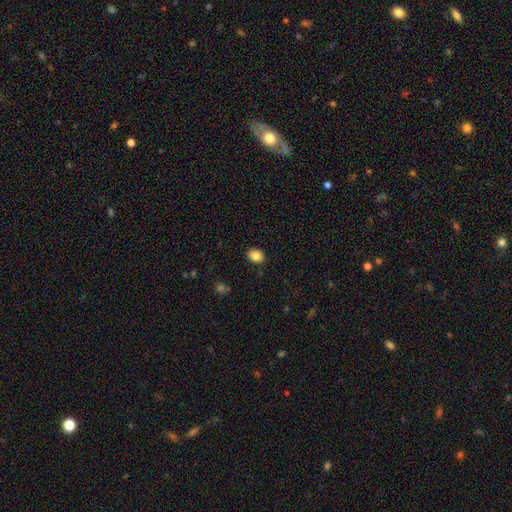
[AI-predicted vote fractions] smooth-or-featured: smooth: 85% | star or artifact: 9% | featured or disk: 6%
  how-rounded: in between: 59% | round: 40% | cigar-shaped: 1%
  merging: none: 88% | minor disturbance: 9% | major disturbance: 2% | merger: 1%